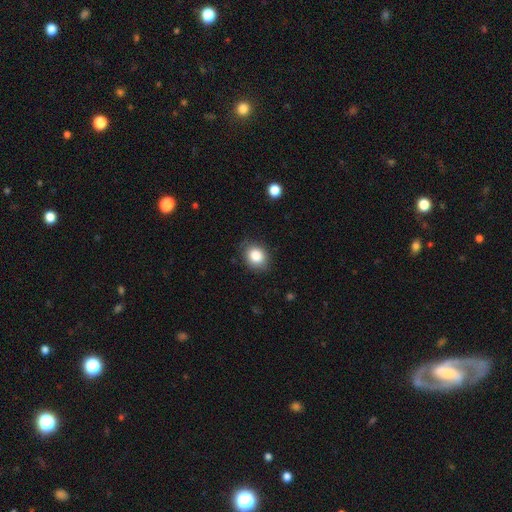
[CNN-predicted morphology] A smooth galaxy with no disk features (84%) that is round (55%).

Vote fractions:
- Smooth or featured? smooth: 84% / star or artifact: 9% / featured or disk: 7%
- How rounded? round: 55% / in between: 44% / cigar-shaped: 1%
- Merging? none: 80% / minor disturbance: 16% / major disturbance: 3% / merger: 1%